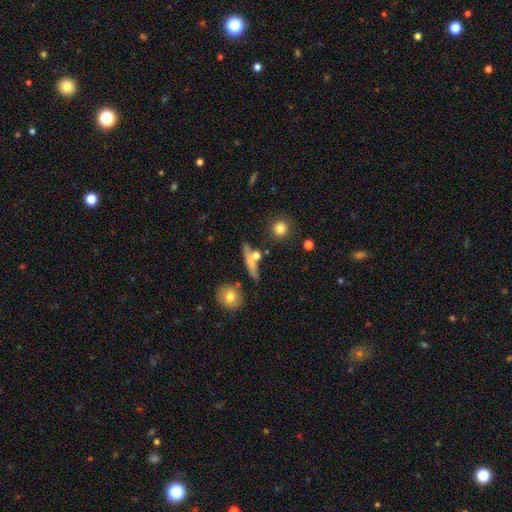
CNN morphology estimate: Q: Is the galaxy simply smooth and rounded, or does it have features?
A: smooth — 53%.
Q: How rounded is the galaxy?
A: cigar-shaped — 56%.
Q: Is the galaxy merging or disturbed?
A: none — 62%.